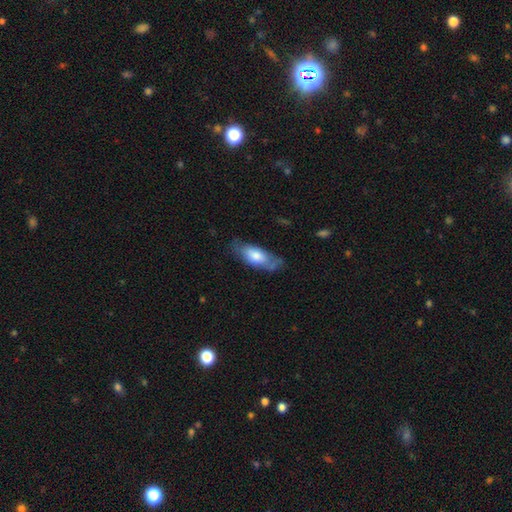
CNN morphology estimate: Smooth or featured?
  - smooth: 68% *
  - featured or disk: 26%
  - star or artifact: 6%
How rounded?
  - in between: 75% *
  - cigar-shaped: 23%
  - round: 2%
Merging?
  - none: 59% *
  - minor disturbance: 29%
  - major disturbance: 9%
  - merger: 3%